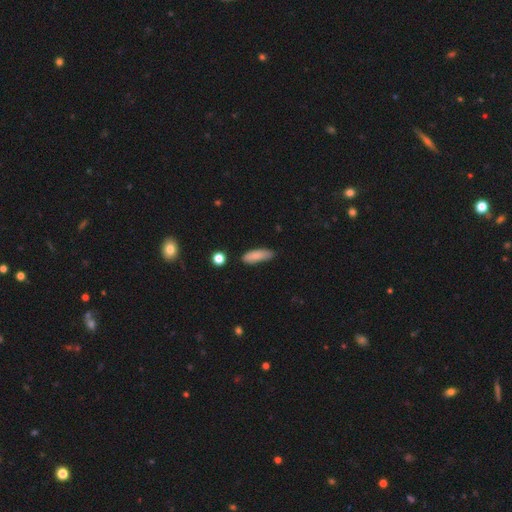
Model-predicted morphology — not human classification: This is clearly a smooth galaxy (85%). How rounded: possibly in between (58%). Merging: likely none (73%).